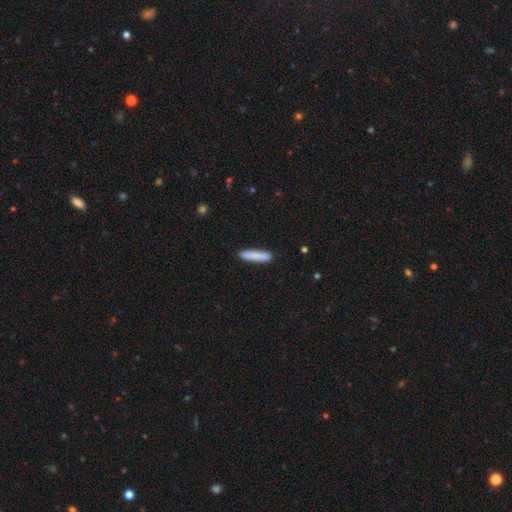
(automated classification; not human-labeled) Overall: smooth (86%). How rounded: cigar-shaped (88%). Merging: none (89%).